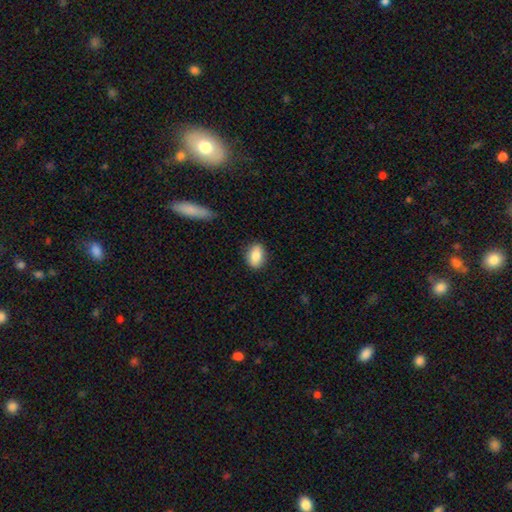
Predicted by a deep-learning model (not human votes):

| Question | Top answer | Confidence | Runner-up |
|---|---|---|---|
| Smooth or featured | smooth | 85% | featured or disk (8%) |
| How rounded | in between | 79% | round (19%) |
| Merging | none | 85% | minor disturbance (11%) |